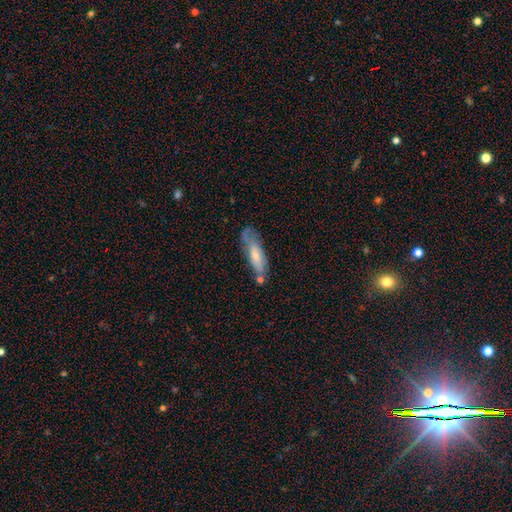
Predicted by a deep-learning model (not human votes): Overall: smooth (56%; featured or disk 37%). How rounded: cigar-shaped (52%; in between 46%). Merging: none (54%; minor disturbance 26%).